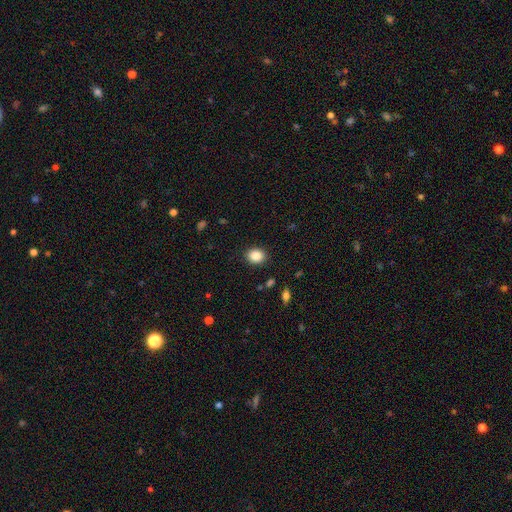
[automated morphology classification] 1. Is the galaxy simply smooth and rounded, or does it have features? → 87% smooth, 9% star or artifact, 4% featured or disk.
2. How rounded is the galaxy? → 56% round, 44% in between, 1% cigar-shaped.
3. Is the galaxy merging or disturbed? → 89% none, 7% minor disturbance, 2% major disturbance, 1% merger.